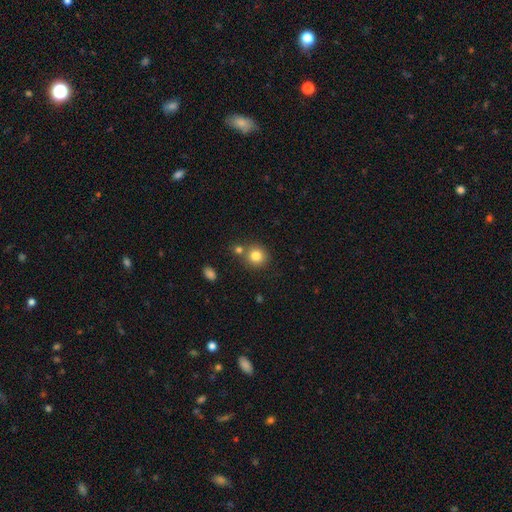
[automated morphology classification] Q: Smooth or featured?
A: smooth (81%); runner-up: star or artifact (11%)
Q: How rounded?
A: round (88%); runner-up: in between (11%)
Q: Merging?
A: none (71%); runner-up: merger (17%)